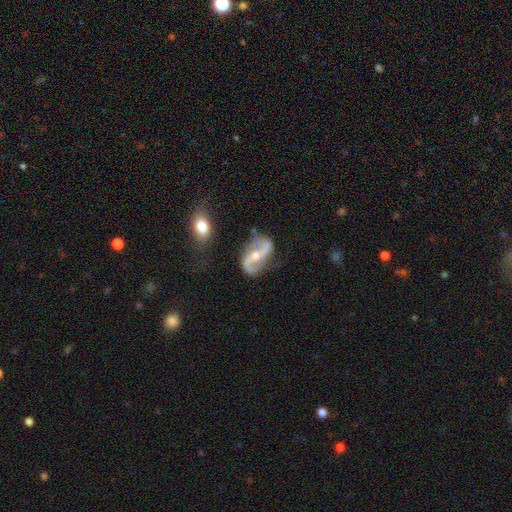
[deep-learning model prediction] Smooth or featured?
  - featured or disk: 88% *
  - smooth: 7%
  - star or artifact: 5%
Edge-on disk?
  - no: 96% *
  - yes: 4%
Bar?
  - strong: 47% *
  - weak: 29%
  - no: 24%
Spiral arms?
  - yes: 94% *
  - no: 6%
Spiral winding?
  - loose: 64% *
  - medium: 27%
  - tight: 9%
Spiral arm count?
  - 2: 93% *
  - can't tell: 2%
  - 1: 2%
  - 3: 1%
  - 4: 1%
  - more than 4: 1%
Bulge size?
  - moderate: 51% *
  - small: 45%
  - large: 2%
  - none: 2%
  - dominant: 1%
Merging?
  - none: 73% *
  - minor disturbance: 16%
  - major disturbance: 7%
  - merger: 3%